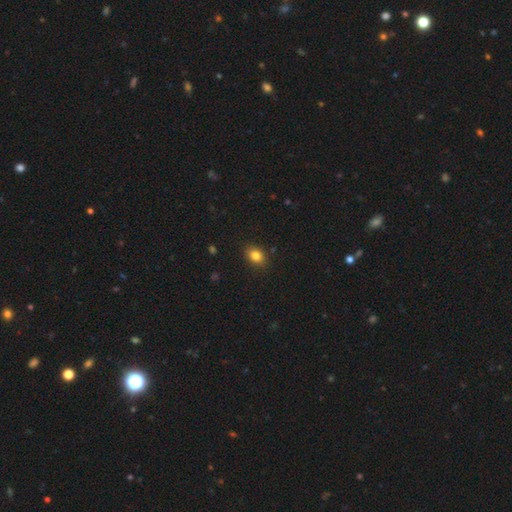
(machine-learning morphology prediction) This appears to be a smooth galaxy with no disk features (84%) that is in between round and cigar-shaped (65%). Merging: none (88%).